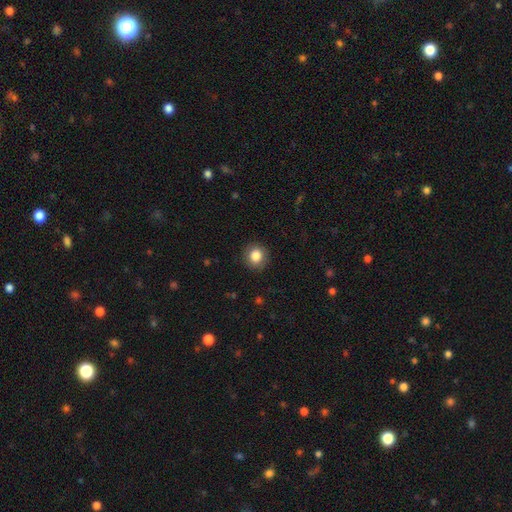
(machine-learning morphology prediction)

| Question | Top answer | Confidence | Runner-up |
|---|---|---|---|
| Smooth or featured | smooth | 84% | star or artifact (9%) |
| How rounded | round | 88% | in between (11%) |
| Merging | none | 89% | minor disturbance (8%) |